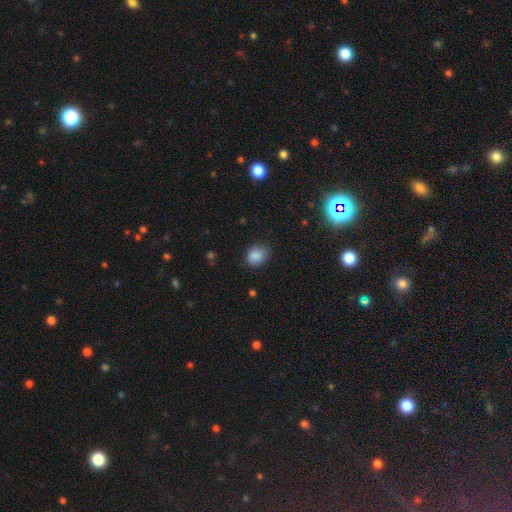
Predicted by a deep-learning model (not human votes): Smooth or featured? Predicted: smooth (p=0.87). How rounded? Predicted: round (p=0.54). Merging? Predicted: none (p=0.78).